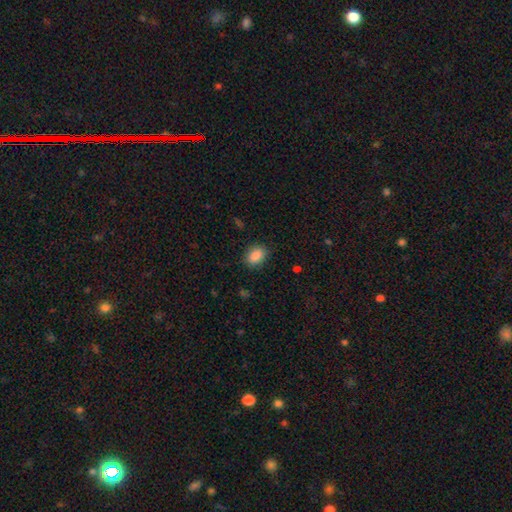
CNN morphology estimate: Smooth or featured?
  - smooth: 88% *
  - star or artifact: 8%
  - featured or disk: 4%
How rounded?
  - in between: 77% *
  - round: 22%
  - cigar-shaped: 1%
Merging?
  - none: 86% *
  - minor disturbance: 10%
  - major disturbance: 3%
  - merger: 1%